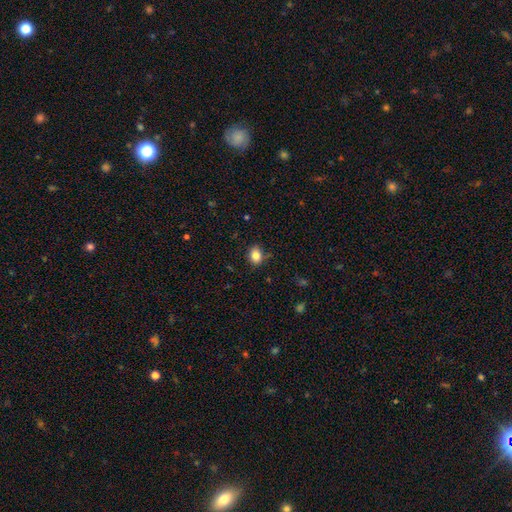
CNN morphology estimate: smooth-or-featured: smooth: 83% | star or artifact: 10% | featured or disk: 6%
  how-rounded: round: 51% | in between: 48% | cigar-shaped: 1%
  merging: none: 83% | minor disturbance: 12% | major disturbance: 3% | merger: 2%